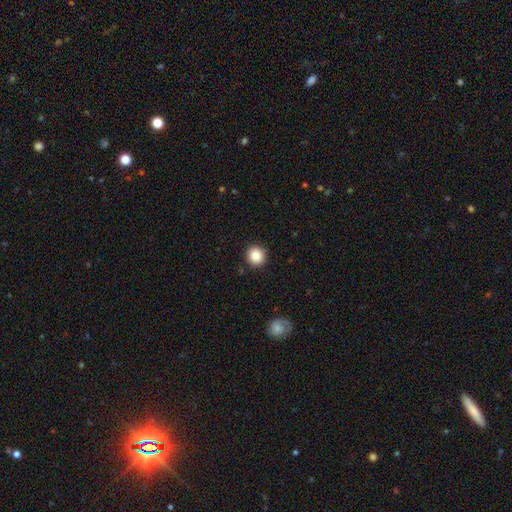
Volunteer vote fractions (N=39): smooth_or_featured: smooth (p=0.82) [alt: featured or disk p=0.10]
how_rounded: round (p=0.94) [alt: in between p=0.06]
merging: none (p=0.94) [alt: minor disturbance p=0.03]